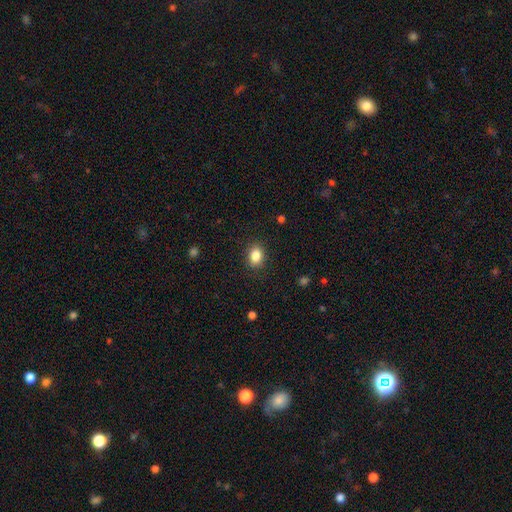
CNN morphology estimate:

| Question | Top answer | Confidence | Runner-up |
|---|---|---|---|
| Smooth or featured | smooth | 86% | star or artifact (9%) |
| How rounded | in between | 68% | round (31%) |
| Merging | none | 88% | minor disturbance (9%) |